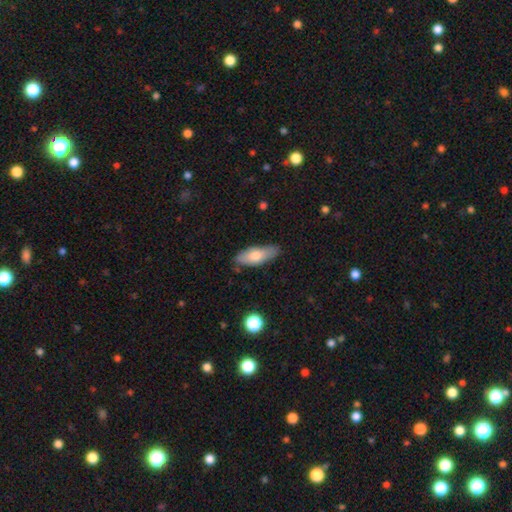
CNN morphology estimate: Smooth or featured?
  - smooth: 72% *
  - featured or disk: 22%
  - star or artifact: 6%
How rounded?
  - in between: 70% *
  - cigar-shaped: 27%
  - round: 2%
Merging?
  - none: 80% *
  - minor disturbance: 16%
  - major disturbance: 3%
  - merger: 2%